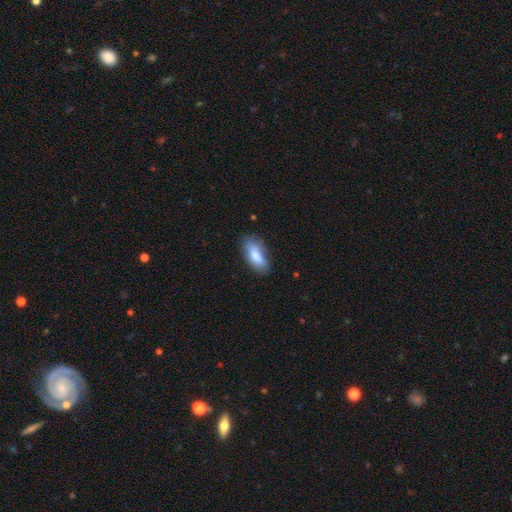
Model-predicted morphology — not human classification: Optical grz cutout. It shows a smooth galaxy with no disk features (80%) that is in between round and cigar-shaped (81%). Merging: none (75%).